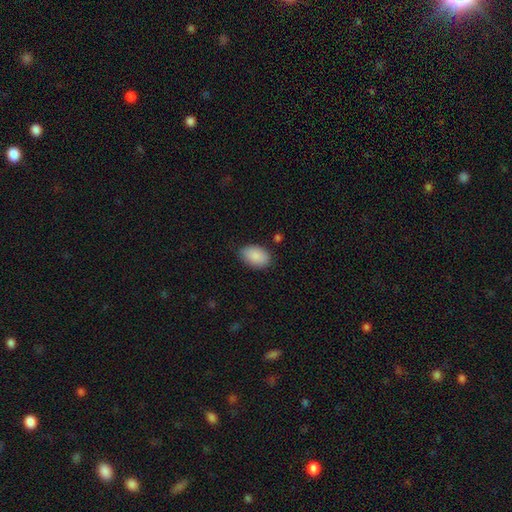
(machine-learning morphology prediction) This appears to be a smooth galaxy with no disk features (89%) that is in between round and cigar-shaped (91%). Merging: none (82%).